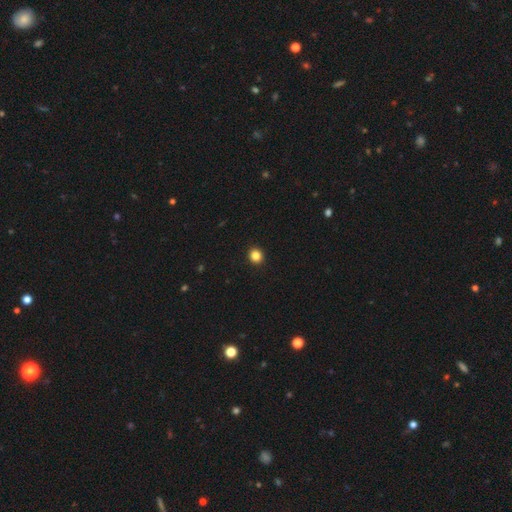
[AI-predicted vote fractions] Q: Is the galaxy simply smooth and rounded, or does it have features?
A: smooth — 85%.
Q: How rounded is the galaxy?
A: round — 89%.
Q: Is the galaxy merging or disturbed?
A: none — 94%.